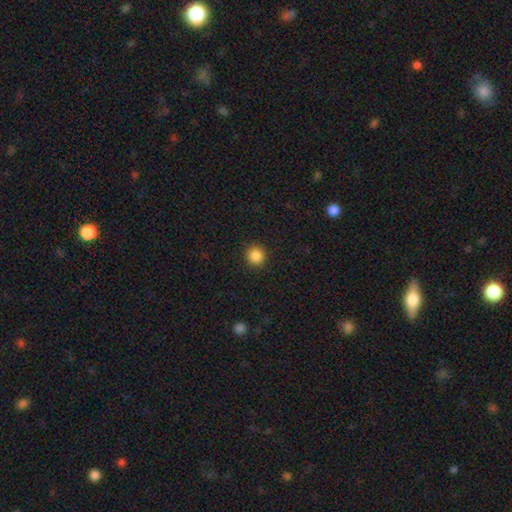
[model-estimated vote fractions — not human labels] smooth-or-featured: smooth: 87% | star or artifact: 10% | featured or disk: 3%
  how-rounded: round: 94% | in between: 5% | cigar-shaped: 1%
  merging: none: 91% | minor disturbance: 6% | major disturbance: 2% | merger: 1%